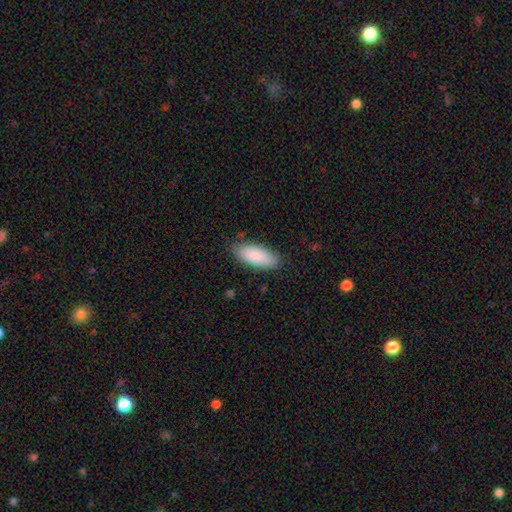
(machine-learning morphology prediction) Overall: smooth (88%). How rounded: in between (84%). Merging: none (83%).